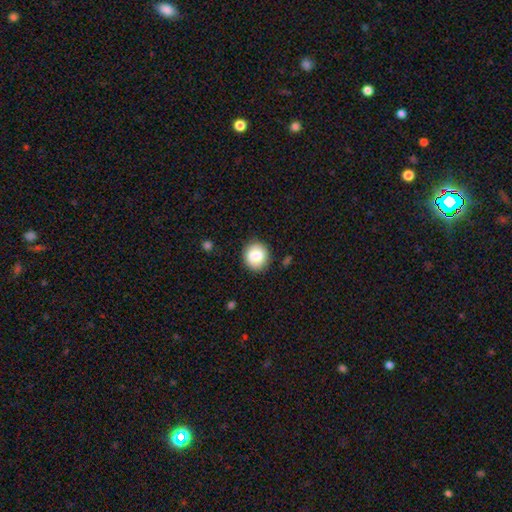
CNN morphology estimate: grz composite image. It shows a smooth galaxy with no disk features (81%) that is round (78%). Merging: none (86%).